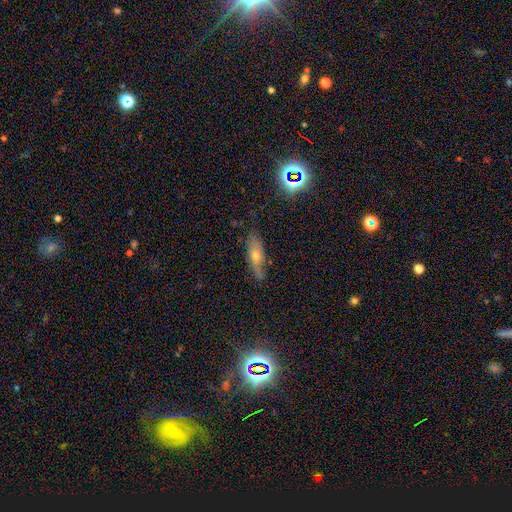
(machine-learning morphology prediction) smooth-or-featured: featured or disk: 45% | smooth: 39% | star or artifact: 17%
  merging: none: 73% | minor disturbance: 21% | major disturbance: 5% | merger: 2%